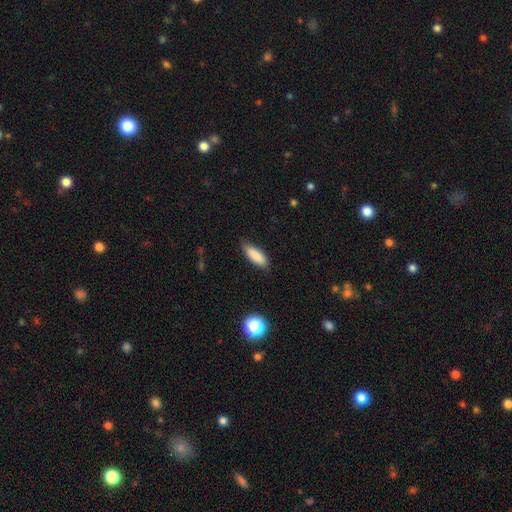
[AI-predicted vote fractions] A smooth galaxy with no disk features (86%) that is in between round and cigar-shaped (61%). Merging: none (80%).